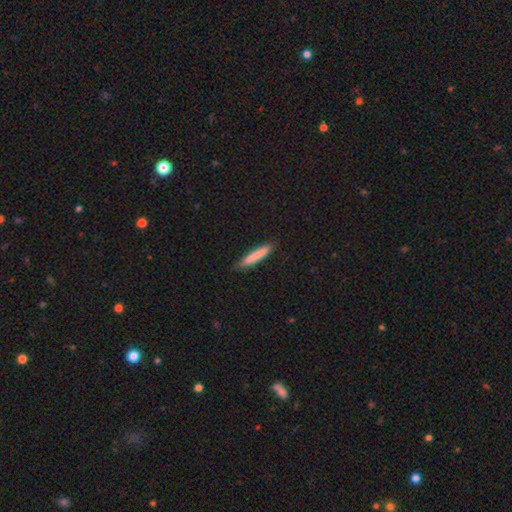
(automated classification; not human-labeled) Overall: smooth (83%). How rounded: cigar-shaped (92%). Merging: none (87%).